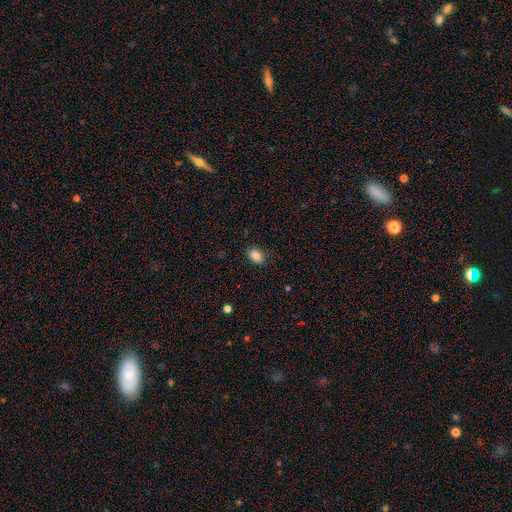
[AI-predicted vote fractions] This is clearly a smooth galaxy (88%). How rounded: clearly in between (86%). Merging: clearly none (85%).